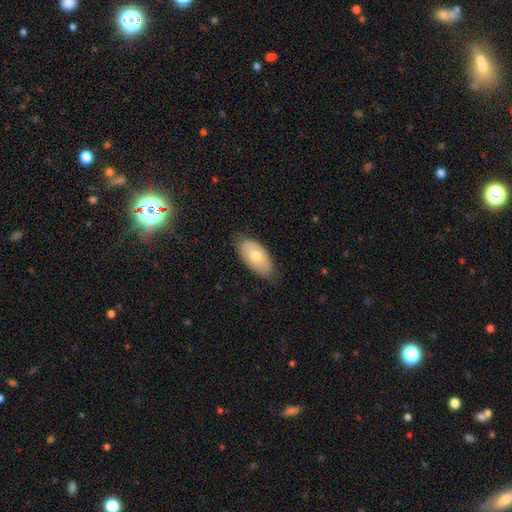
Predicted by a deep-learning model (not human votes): A smooth galaxy with no disk features (68%) that is in between round and cigar-shaped (94%).

Vote fractions:
- Smooth or featured? smooth: 68% / featured or disk: 26% / star or artifact: 7%
- How rounded? in between: 94% / cigar-shaped: 3% / round: 3%
- Merging? none: 75% / minor disturbance: 21% / major disturbance: 3% / merger: 1%